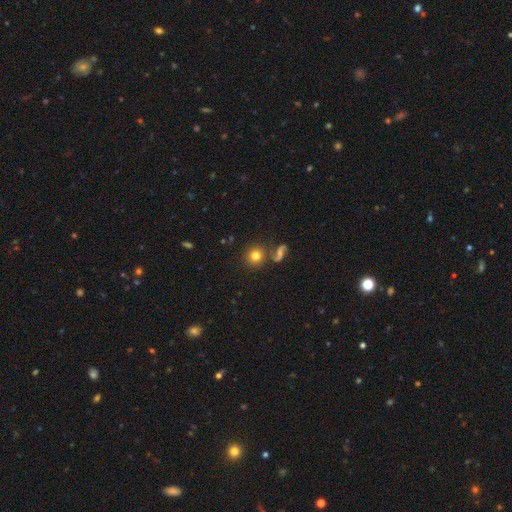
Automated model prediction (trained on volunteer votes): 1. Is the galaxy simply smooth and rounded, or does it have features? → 76% smooth, 12% featured or disk, 12% star or artifact.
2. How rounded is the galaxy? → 88% round, 11% in between, 1% cigar-shaped.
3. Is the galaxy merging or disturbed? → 73% none, 12% merger, 10% minor disturbance, 4% major disturbance.